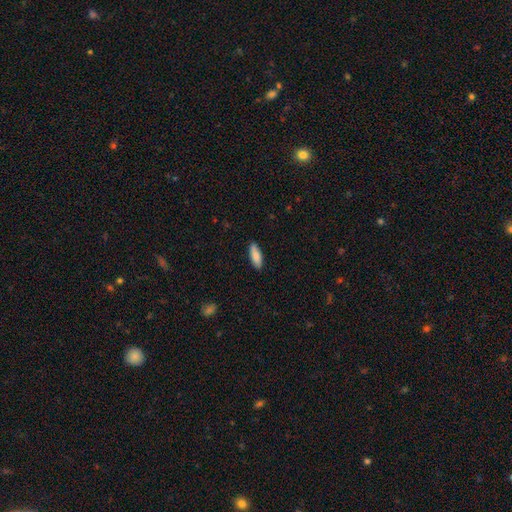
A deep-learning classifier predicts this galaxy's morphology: type=smooth (87%); roundness=in between (58%); merging=none (87%).